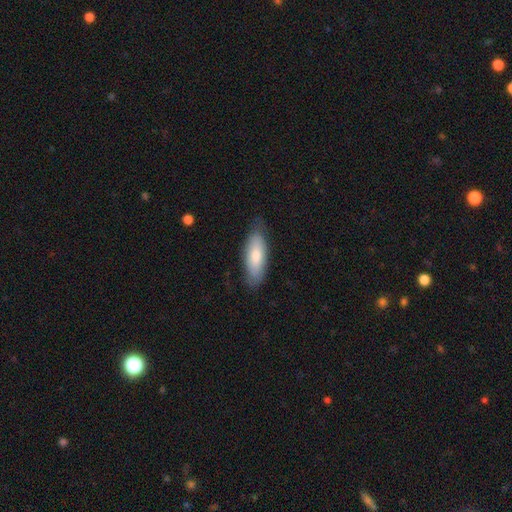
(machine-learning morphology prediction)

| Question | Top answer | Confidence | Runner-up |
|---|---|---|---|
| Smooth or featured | smooth | 74% | featured or disk (21%) |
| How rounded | in between | 69% | cigar-shaped (29%) |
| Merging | none | 75% | minor disturbance (20%) |